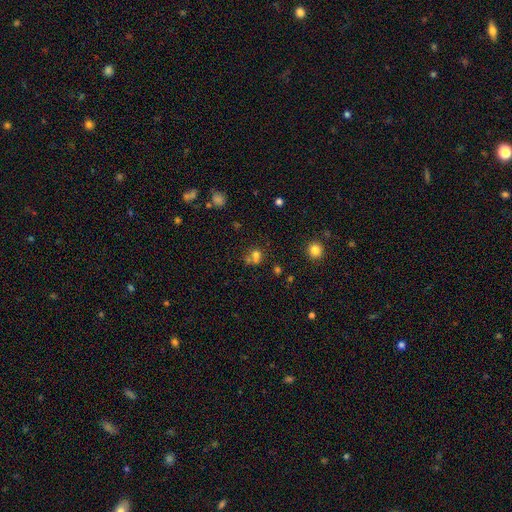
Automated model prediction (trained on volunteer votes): smooth 67%, star or artifact 19%, featured or disk 14%. Down the decision tree: how rounded — round (76%); merging — none (42%, tied with merger).